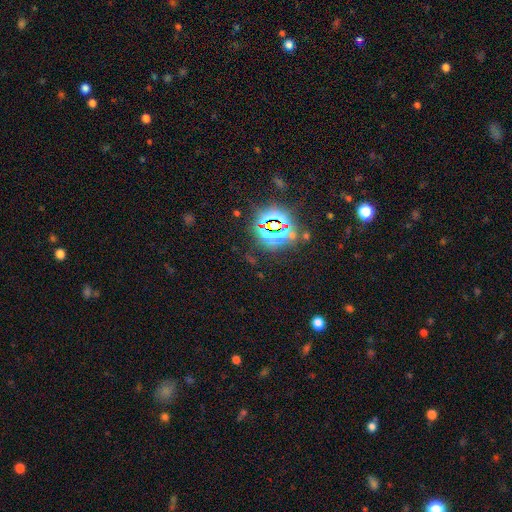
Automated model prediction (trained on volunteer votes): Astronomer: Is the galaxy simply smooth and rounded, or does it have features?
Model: star or artifact — 81%.